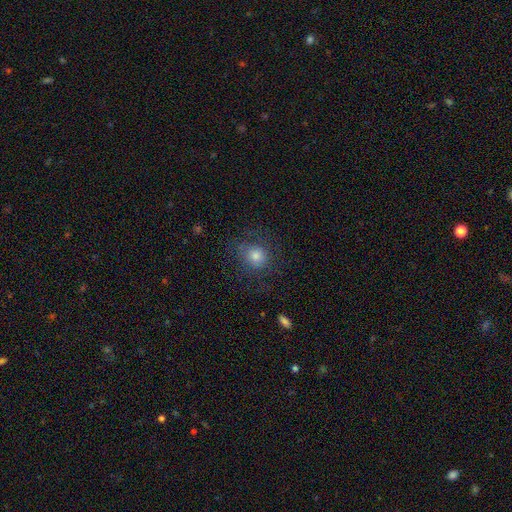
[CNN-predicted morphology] This is likely a smooth galaxy (70%). How rounded: clearly round (85%). Merging: likely none (73%).